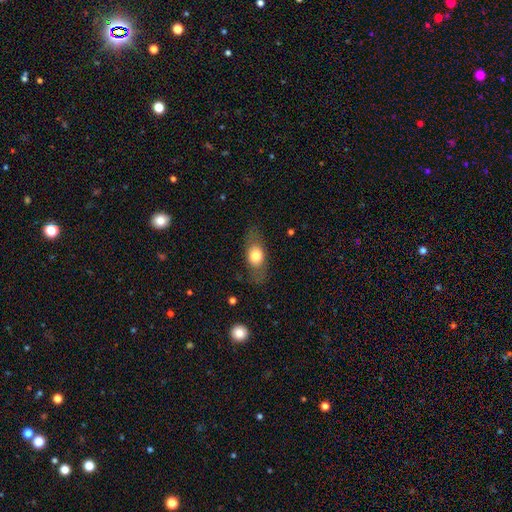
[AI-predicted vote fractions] smooth_or_featured: smooth (p=0.68) [alt: featured or disk p=0.25]
how_rounded: in between (p=0.74) [alt: round p=0.18]
merging: none (p=0.76) [alt: minor disturbance p=0.15]